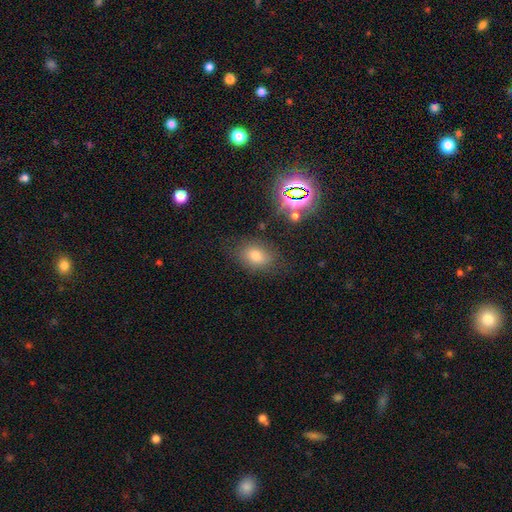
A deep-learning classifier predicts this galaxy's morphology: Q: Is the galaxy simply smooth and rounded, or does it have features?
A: smooth — 70%.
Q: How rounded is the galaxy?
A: in between — 72%.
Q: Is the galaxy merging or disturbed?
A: none — 75%.